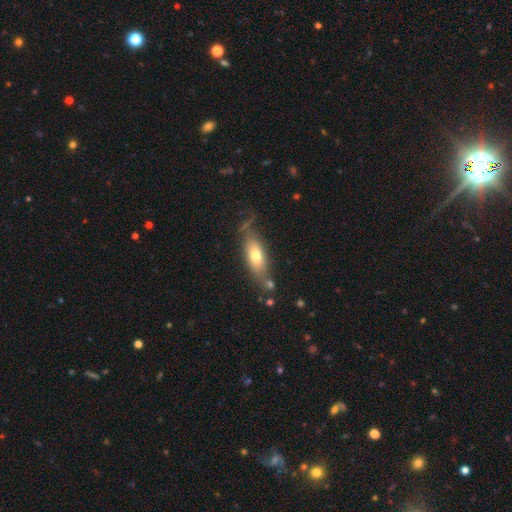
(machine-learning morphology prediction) Q: Smooth or featured?
A: smooth (68%); runner-up: featured or disk (25%)
Q: How rounded?
A: in between (77%); runner-up: cigar-shaped (20%)
Q: Merging?
A: none (59%); runner-up: minor disturbance (23%)